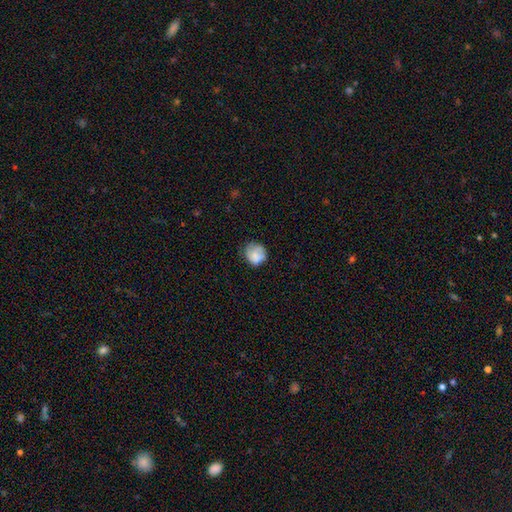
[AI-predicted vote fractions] Smooth or featured?
  - smooth: 78% *
  - featured or disk: 14%
  - star or artifact: 8%
How rounded?
  - round: 80% *
  - in between: 20%
  - cigar-shaped: 1%
Merging?
  - none: 60% *
  - minor disturbance: 28%
  - major disturbance: 9%
  - merger: 2%